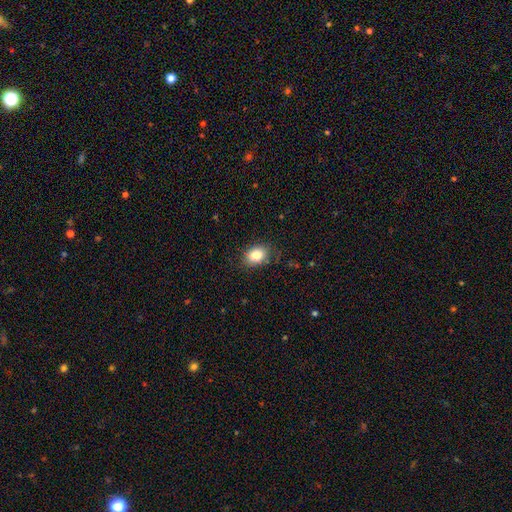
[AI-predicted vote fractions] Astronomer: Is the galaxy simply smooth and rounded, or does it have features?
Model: smooth — 85%.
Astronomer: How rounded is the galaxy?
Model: in between — 77%.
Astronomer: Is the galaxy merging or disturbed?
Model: none — 80%.